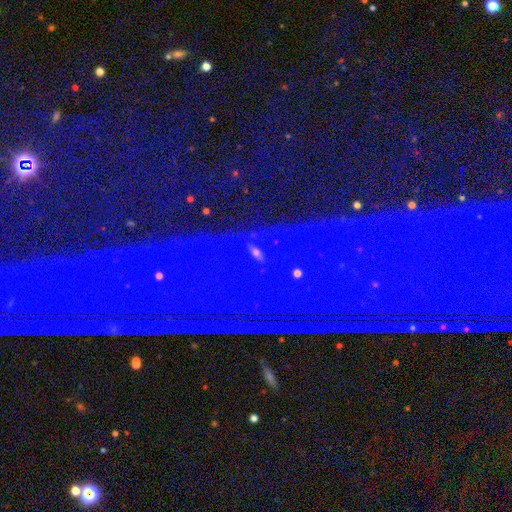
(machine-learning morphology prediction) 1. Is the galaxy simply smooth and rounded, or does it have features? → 83% star or artifact, 9% featured or disk, 8% smooth.